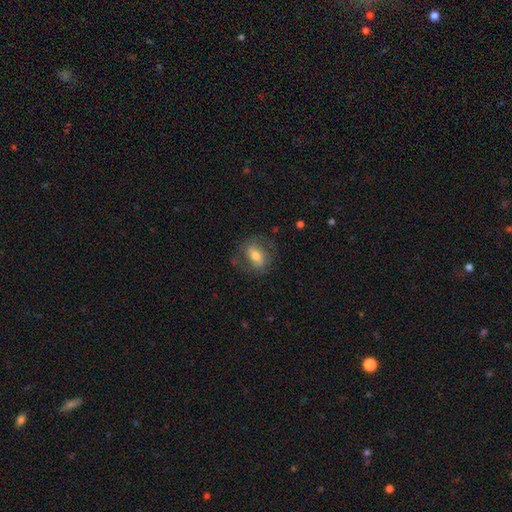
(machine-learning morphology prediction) smooth-or-featured: featured or disk: 49% | smooth: 43% | star or artifact: 8%
  merging: none: 65% | minor disturbance: 20% | major disturbance: 14% | merger: 1%